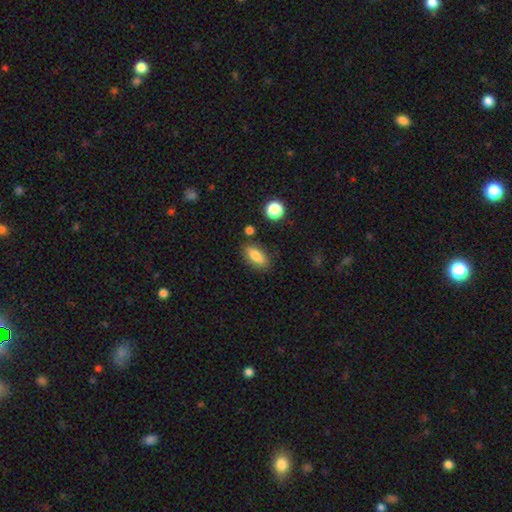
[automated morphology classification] type=smooth (79%); roundness=in between (80%); merging=none (81%).